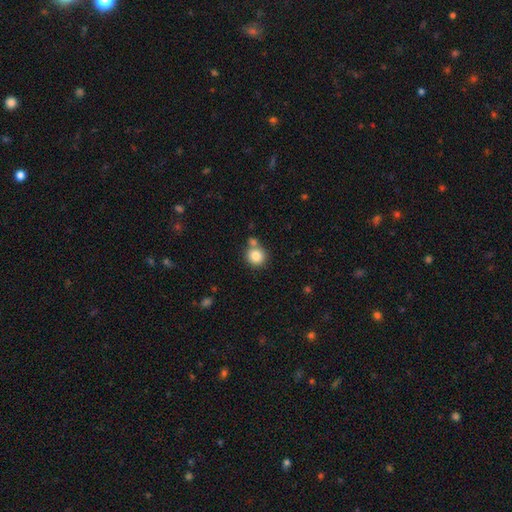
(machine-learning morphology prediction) Smooth or featured? smooth (84%)
How rounded? round (89%)
Merging? none (64%)